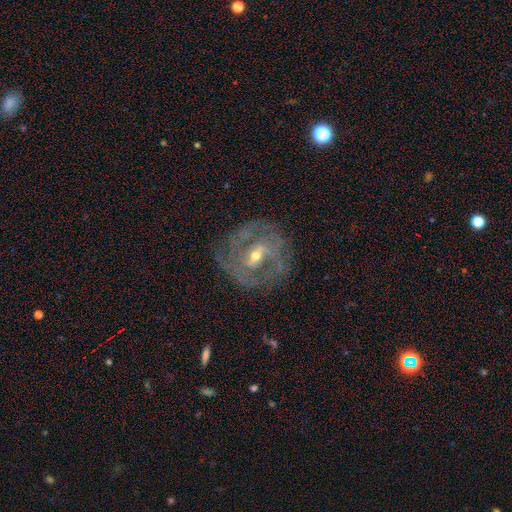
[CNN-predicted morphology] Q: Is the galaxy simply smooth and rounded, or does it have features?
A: featured or disk — 83%.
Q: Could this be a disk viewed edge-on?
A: no — 95%.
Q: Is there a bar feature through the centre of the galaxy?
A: weak — 46%.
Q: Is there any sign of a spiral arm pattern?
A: yes — 83%.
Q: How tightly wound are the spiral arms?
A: tight — 51%.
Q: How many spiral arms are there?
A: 2 — 43%.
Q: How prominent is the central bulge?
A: moderate — 50%.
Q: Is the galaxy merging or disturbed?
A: none — 73%.